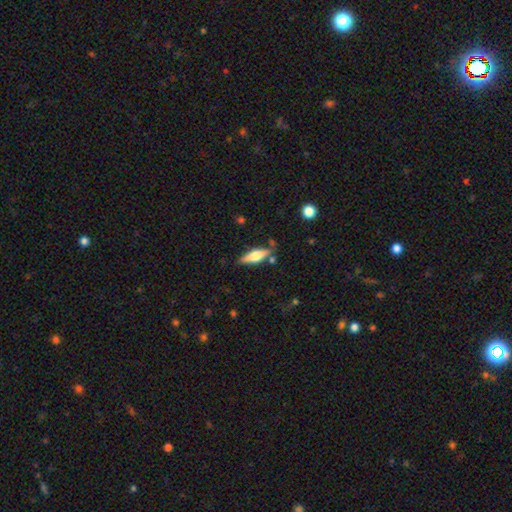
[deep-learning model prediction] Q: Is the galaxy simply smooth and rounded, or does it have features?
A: smooth — 49%.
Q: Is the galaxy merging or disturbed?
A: none — 79%.